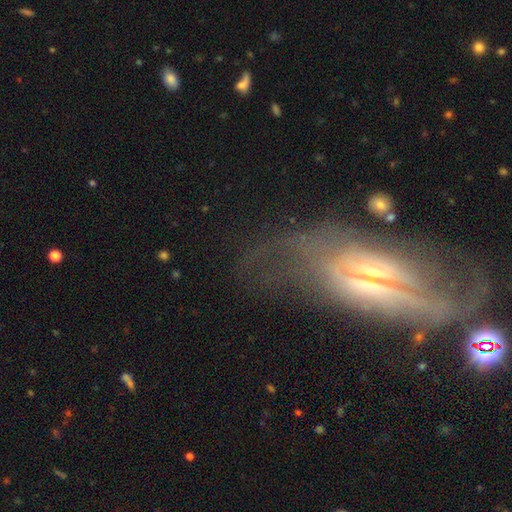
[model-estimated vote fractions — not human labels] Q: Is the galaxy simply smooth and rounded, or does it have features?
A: featured or disk — 67%.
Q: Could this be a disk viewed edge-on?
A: no — 57%.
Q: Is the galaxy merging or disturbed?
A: none — 47%.